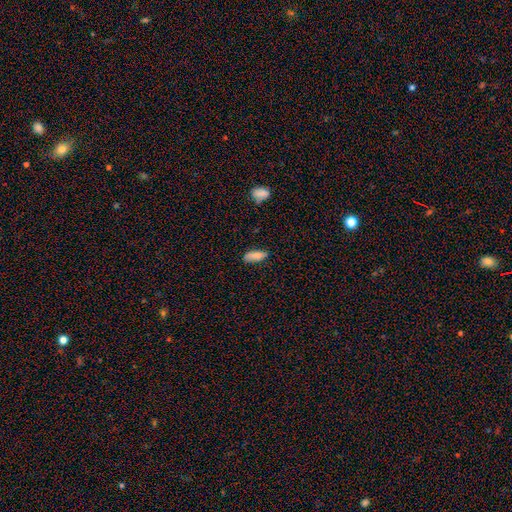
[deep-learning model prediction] This is clearly a smooth galaxy (81%). How rounded: likely in between (69%). Merging: likely none (77%).